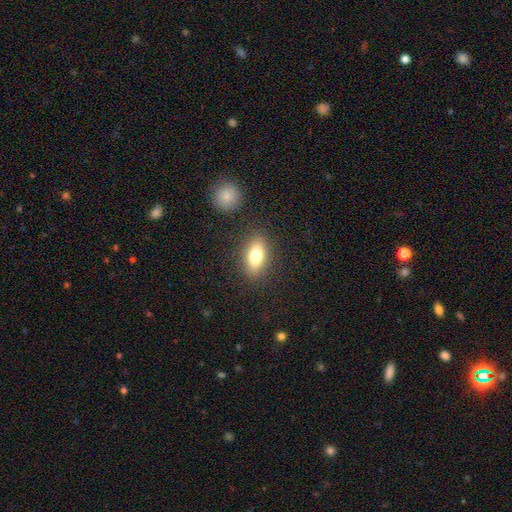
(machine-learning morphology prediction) smooth 74%, featured or disk 17%, star or artifact 9%. Down the decision tree: how rounded — in between (82%); merging — none (85%).